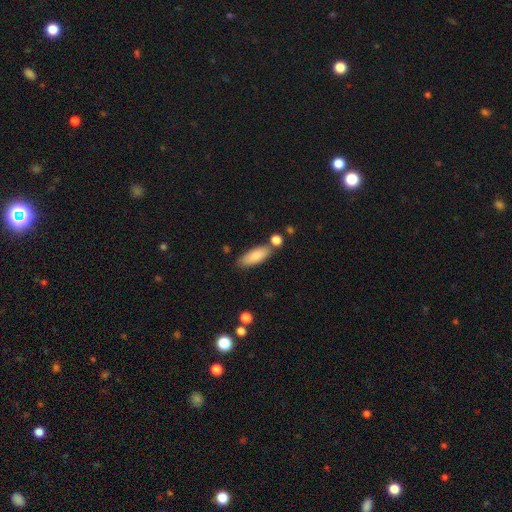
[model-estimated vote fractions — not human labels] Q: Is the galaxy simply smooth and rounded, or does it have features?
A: smooth — 84%.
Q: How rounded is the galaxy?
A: in between — 69%.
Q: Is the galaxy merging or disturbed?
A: none — 70%.